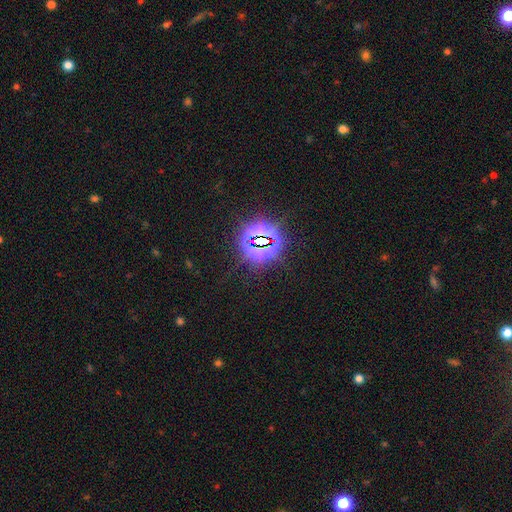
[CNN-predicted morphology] smooth_or_featured: star or artifact (p=0.80) [alt: smooth p=0.12]